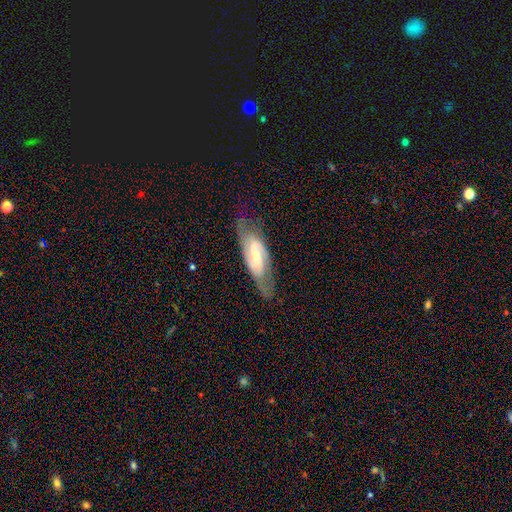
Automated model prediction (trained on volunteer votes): This appears to be a featured or disk galaxy (79%) with a weak bar (47%), 2 (84%) medium (47%) spiral arms (92%) and a small central bulge (52%). Merging: none (69%).